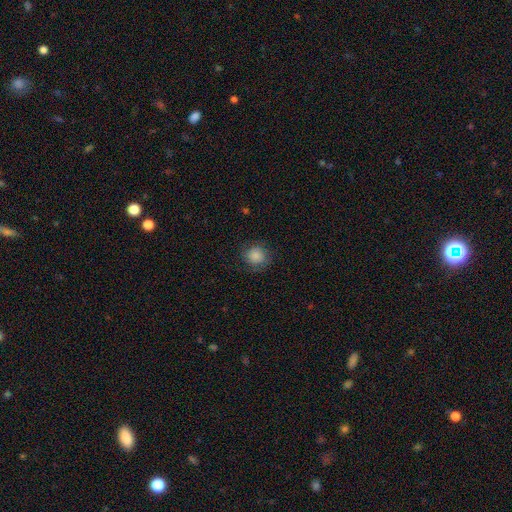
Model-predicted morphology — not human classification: Smooth or featured: smooth — 83% (star or artifact — 8%)
How rounded: round — 89% (in between — 10%)
Merging: none — 79% (minor disturbance — 15%)